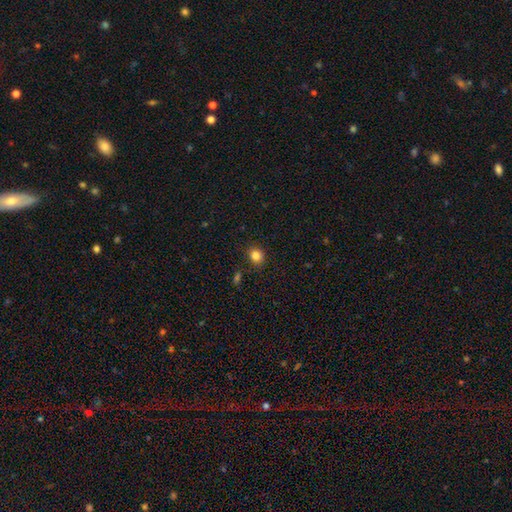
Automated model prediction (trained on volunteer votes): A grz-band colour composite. It shows a smooth galaxy with no disk features (83%) that is round (79%). Merging: none (87%).